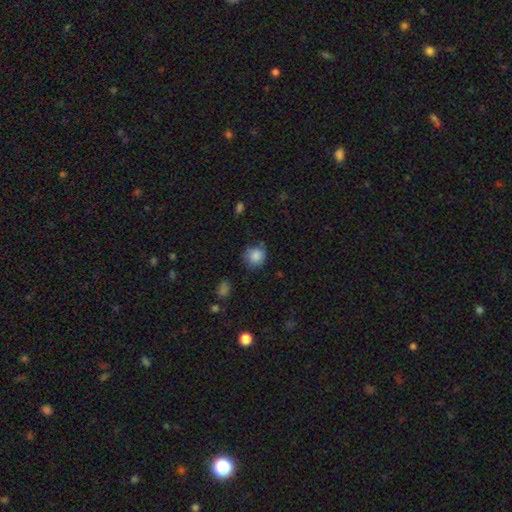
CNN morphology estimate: Q: Smooth or featured?
A: smooth (85%); runner-up: star or artifact (9%)
Q: How rounded?
A: round (85%); runner-up: in between (14%)
Q: Merging?
A: none (70%); runner-up: minor disturbance (22%)